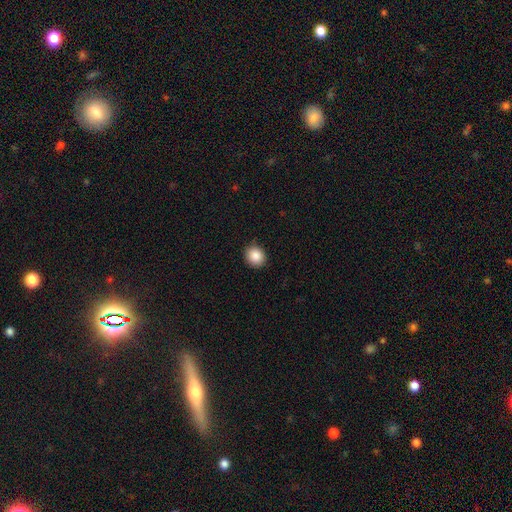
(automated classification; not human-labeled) Q: Smooth or featured?
A: smooth (88%); runner-up: star or artifact (9%)
Q: How rounded?
A: round (76%); runner-up: in between (23%)
Q: Merging?
A: none (89%); runner-up: minor disturbance (8%)